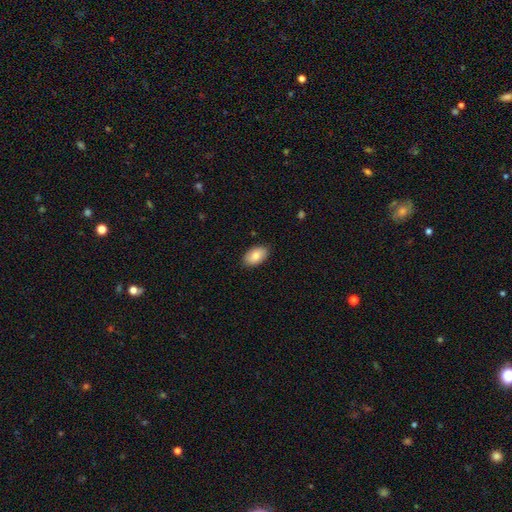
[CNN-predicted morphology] This is likely a smooth galaxy (79%). How rounded: clearly in between (93%). Merging: clearly none (87%).